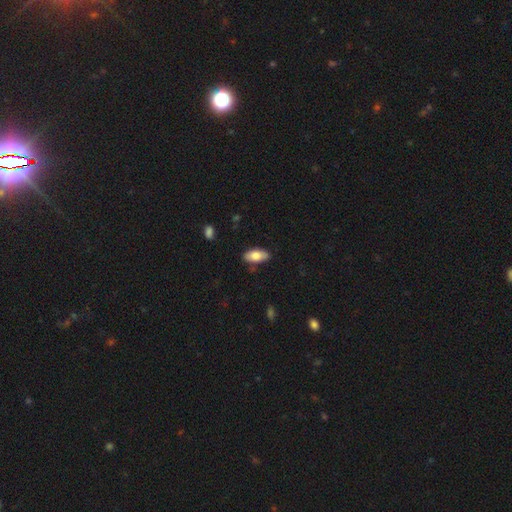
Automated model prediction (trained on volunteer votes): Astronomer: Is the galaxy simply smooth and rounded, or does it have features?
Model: smooth — 78%.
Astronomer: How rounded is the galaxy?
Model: in between — 90%.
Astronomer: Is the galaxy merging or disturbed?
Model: none — 82%.